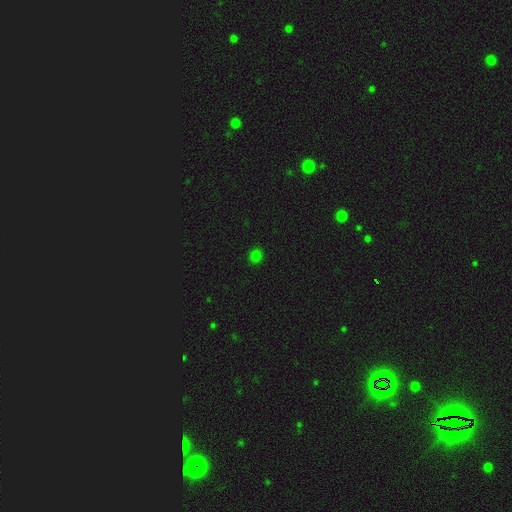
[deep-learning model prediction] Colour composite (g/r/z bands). It shows a smooth galaxy with no disk features (79%) that is round (87%). Merging: none (92%).